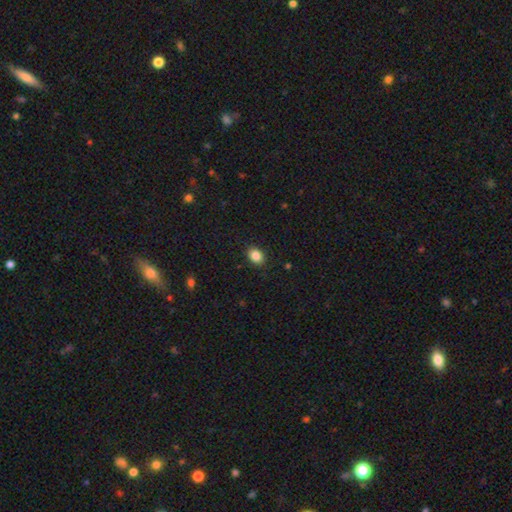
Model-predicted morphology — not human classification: Smooth or featured? smooth (86%)
How rounded? in between (68%)
Merging? none (89%)